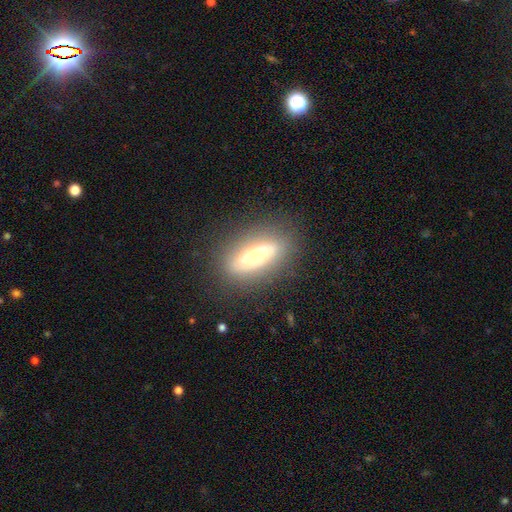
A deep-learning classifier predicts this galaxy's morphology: smooth 50%, featured or disk 40%, star or artifact 9%. Down the decision tree: how rounded — in between (52%); merging — none (80%).